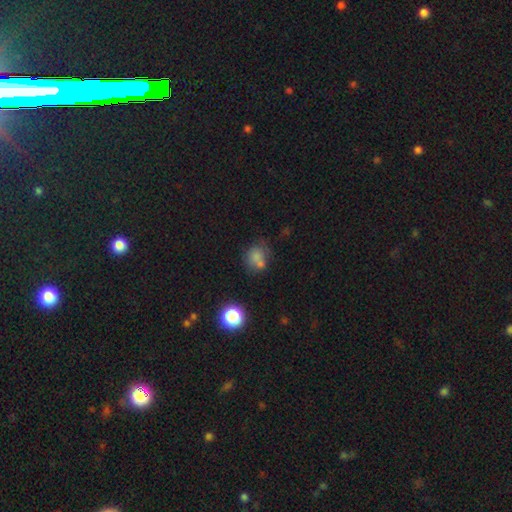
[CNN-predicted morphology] Smooth or featured?
  - smooth: 72% *
  - star or artifact: 17%
  - featured or disk: 12%
How rounded?
  - round: 65% *
  - in between: 34%
  - cigar-shaped: 1%
Merging?
  - none: 49% *
  - merger: 25%
  - minor disturbance: 17%
  - major disturbance: 8%